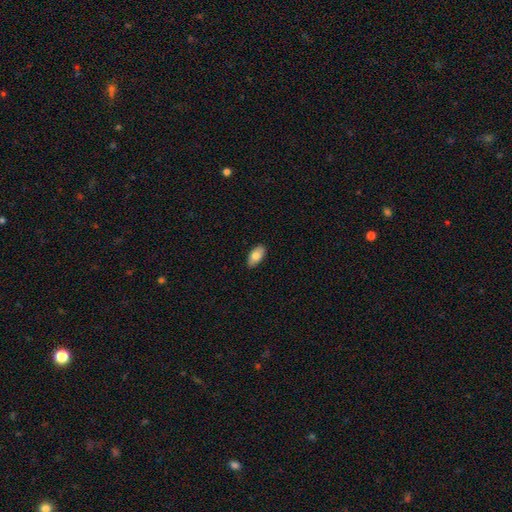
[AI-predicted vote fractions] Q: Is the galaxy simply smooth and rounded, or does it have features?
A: smooth — 81%.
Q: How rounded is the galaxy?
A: in between — 93%.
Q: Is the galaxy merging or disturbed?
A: none — 88%.